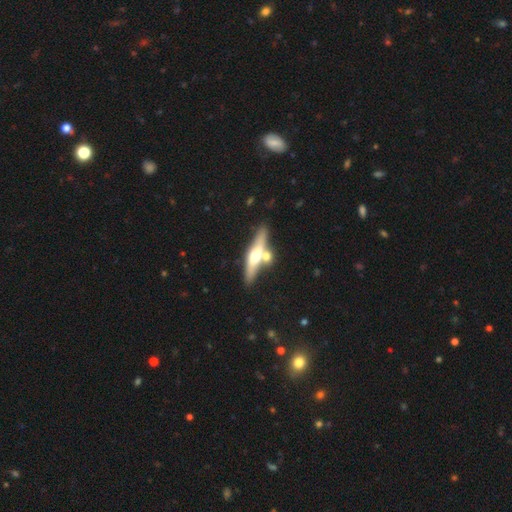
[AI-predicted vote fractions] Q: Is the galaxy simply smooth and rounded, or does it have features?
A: featured or disk — 61%.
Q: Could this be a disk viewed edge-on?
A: yes — 91%.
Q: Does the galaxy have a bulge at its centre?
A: rounded — 92%.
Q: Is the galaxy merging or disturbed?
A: none — 63%.